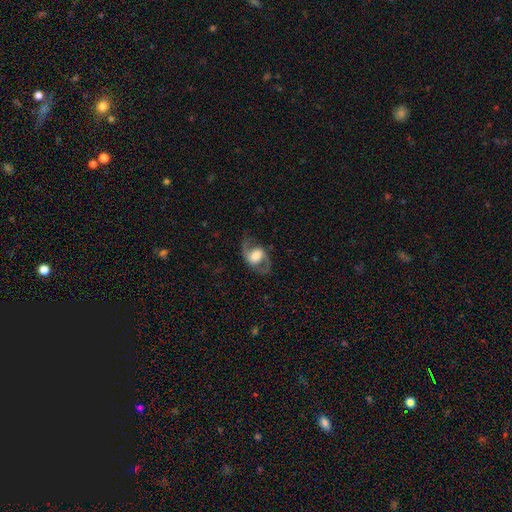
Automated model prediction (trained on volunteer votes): Q: Smooth or featured?
A: featured or disk (78%); runner-up: smooth (16%)
Q: Edge-on disk?
A: no (95%); runner-up: yes (5%)
Q: Bar?
A: no (43%); runner-up: weak (40%)
Q: Spiral arms?
A: yes (89%); runner-up: no (11%)
Q: Spiral winding?
A: medium (49%); runner-up: loose (41%)
Q: Spiral arm count?
A: 2 (91%); runner-up: can't tell (3%)
Q: Bulge size?
A: moderate (45%); runner-up: large (37%)
Q: Merging?
A: none (76%); runner-up: minor disturbance (14%)